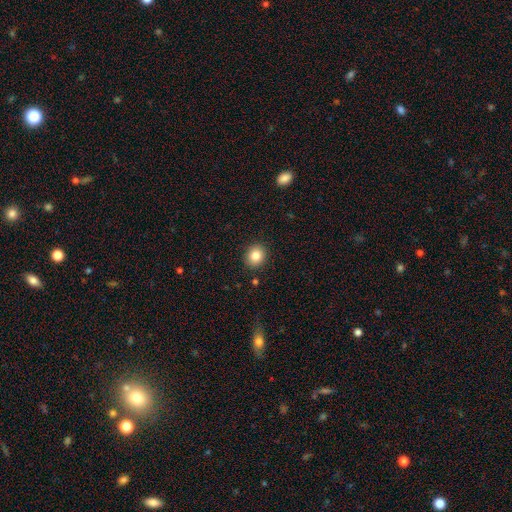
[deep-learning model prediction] smooth_or_featured: smooth (p=0.84) [alt: star or artifact p=0.10]
how_rounded: round (p=0.78) [alt: in between p=0.21]
merging: none (p=0.90) [alt: minor disturbance p=0.07]